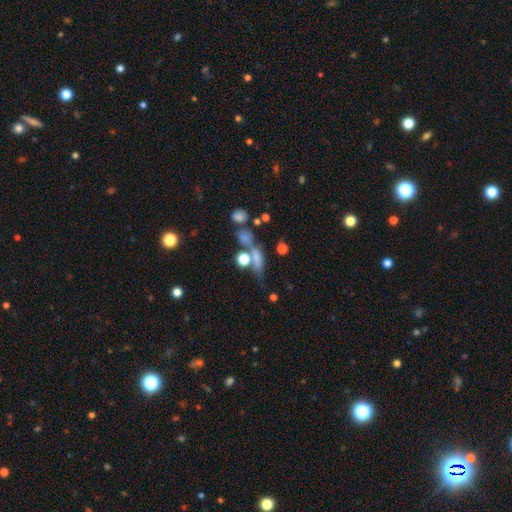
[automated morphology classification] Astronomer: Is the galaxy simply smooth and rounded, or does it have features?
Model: featured or disk — 36% (runner-up: smooth, 32%).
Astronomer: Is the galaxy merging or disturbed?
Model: none — 45% (runner-up: merger, 32%).